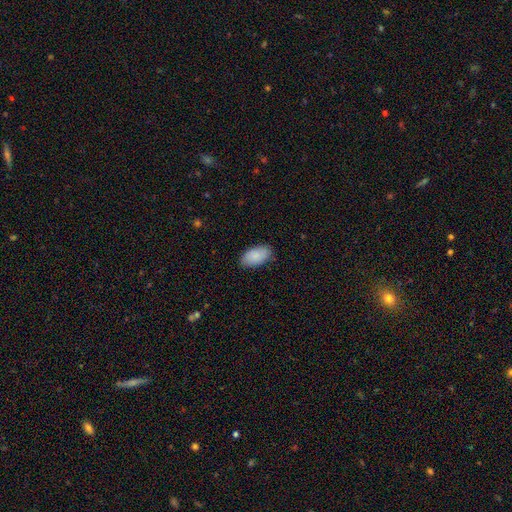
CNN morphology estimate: The model was most divided on "merging": none: 86%, minor disturbance: 11%, major disturbance: 2%, merger: 1%. More confident: how rounded — in between (95%); smooth or featured — smooth (89%).